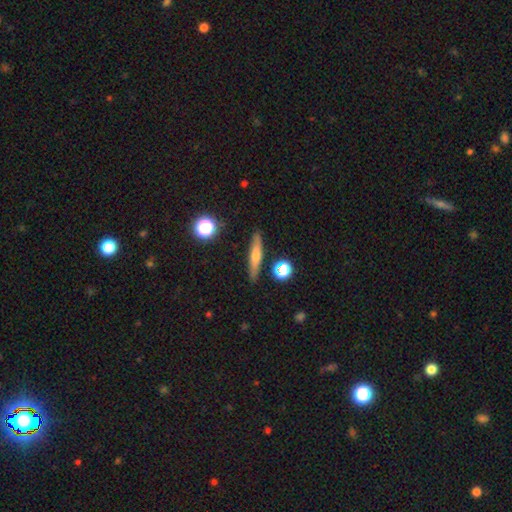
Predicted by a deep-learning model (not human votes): smooth-or-featured: smooth: 56% | featured or disk: 35% | star or artifact: 9%
  how-rounded: cigar-shaped: 82% | in between: 12% | round: 5%
  merging: none: 87% | minor disturbance: 9% | merger: 3% | major disturbance: 2%